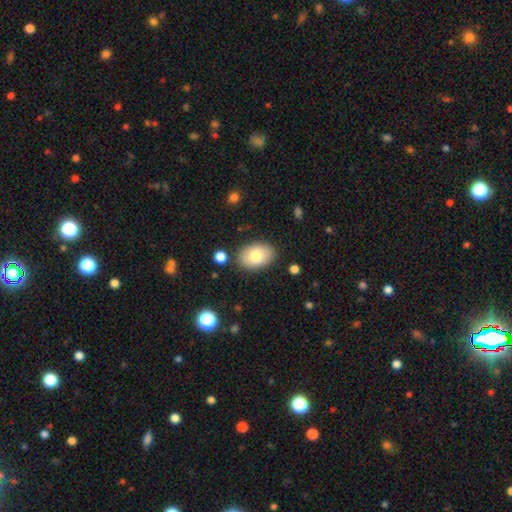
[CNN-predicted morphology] smooth 77%, featured or disk 16%, star or artifact 7%. Down the decision tree: how rounded — in between (85%); merging — none (84%).